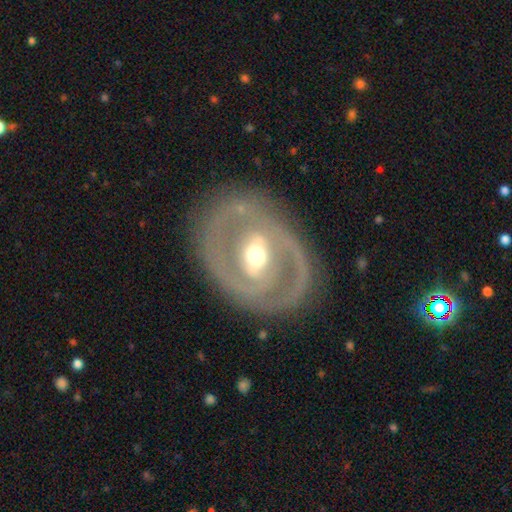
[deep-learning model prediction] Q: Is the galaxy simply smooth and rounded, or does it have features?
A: featured or disk — 79%.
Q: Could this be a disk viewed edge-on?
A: no — 94%.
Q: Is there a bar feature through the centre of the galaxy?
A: weak — 37%.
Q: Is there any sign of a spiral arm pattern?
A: yes — 52%.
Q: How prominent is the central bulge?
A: moderate — 67%.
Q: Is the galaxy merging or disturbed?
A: none — 80%.